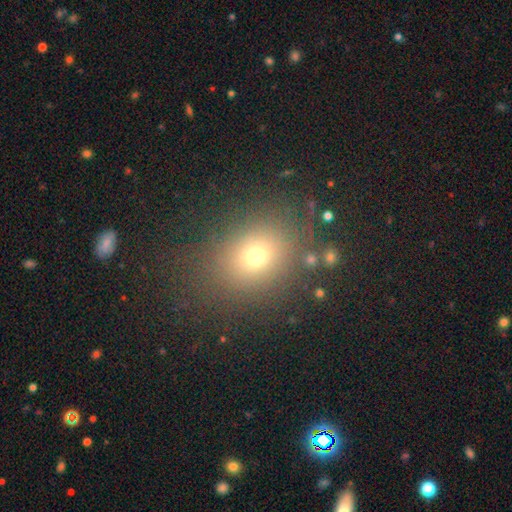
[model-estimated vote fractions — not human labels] Overall: smooth (67%). How rounded: round (54%; in between 45%). Merging: none (82%).